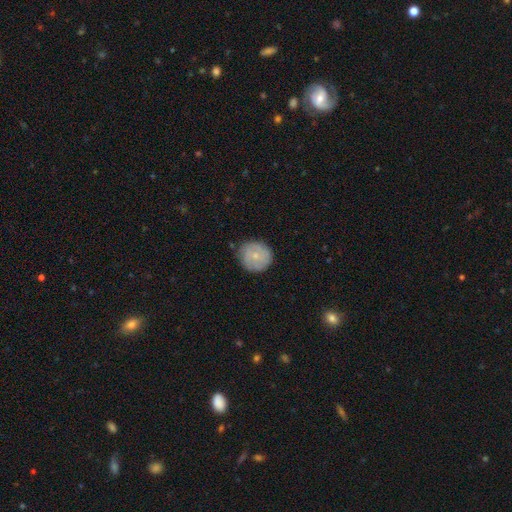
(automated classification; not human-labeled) Smooth or featured?
  - smooth: 61% *
  - featured or disk: 32%
  - star or artifact: 7%
How rounded?
  - round: 91% *
  - in between: 8%
  - cigar-shaped: 1%
Merging?
  - none: 81% *
  - minor disturbance: 15%
  - major disturbance: 3%
  - merger: 1%